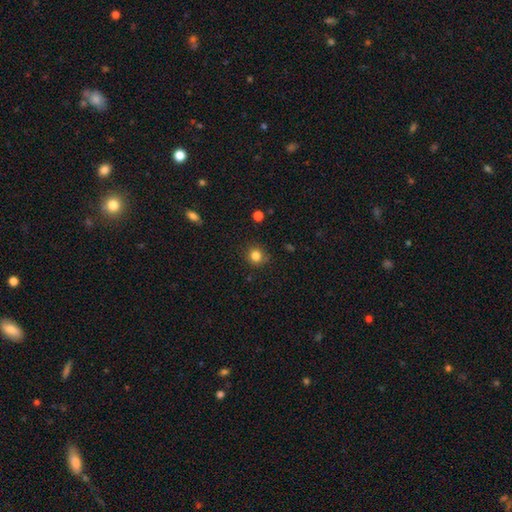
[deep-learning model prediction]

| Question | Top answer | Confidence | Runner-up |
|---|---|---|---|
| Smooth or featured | smooth | 82% | star or artifact (12%) |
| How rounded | round | 90% | in between (9%) |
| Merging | none | 85% | minor disturbance (11%) |